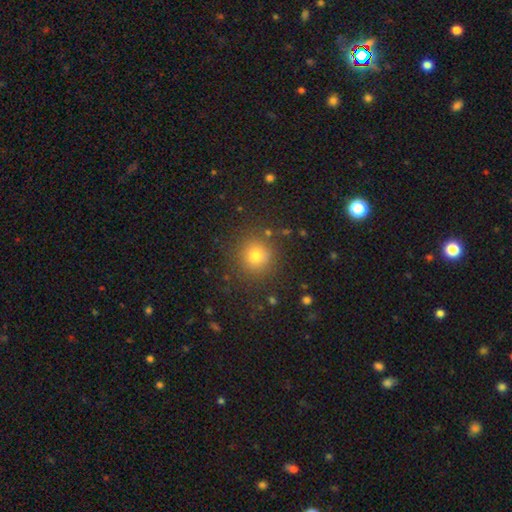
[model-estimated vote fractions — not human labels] This is likely a smooth galaxy (76%). How rounded: clearly round (93%). Merging: clearly none (87%).